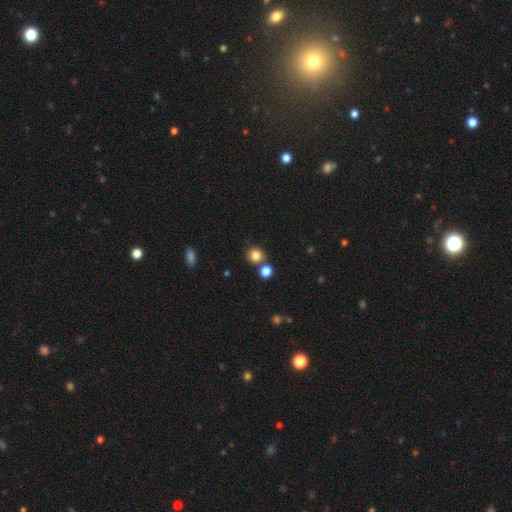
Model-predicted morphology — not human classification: Smooth or featured? smooth (82%)
How rounded? round (87%)
Merging? none (72%)